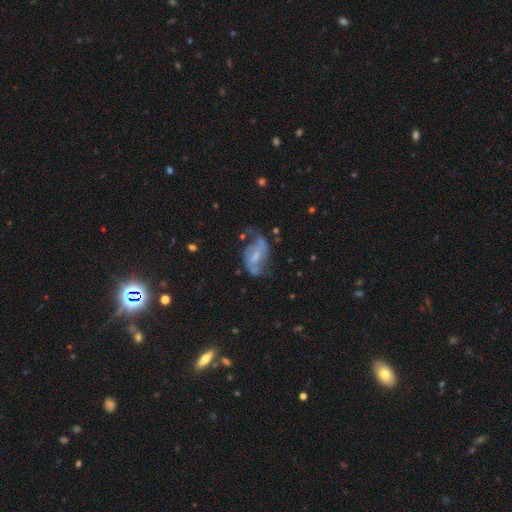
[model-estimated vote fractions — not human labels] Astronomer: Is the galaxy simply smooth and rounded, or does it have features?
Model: featured or disk — 68%.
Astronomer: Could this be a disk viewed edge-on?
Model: no — 96%.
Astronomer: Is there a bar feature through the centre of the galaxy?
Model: weak — 47% (runner-up: no, 30%).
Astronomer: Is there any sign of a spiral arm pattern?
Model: yes — 72%.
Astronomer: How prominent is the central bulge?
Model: small — 36% (runner-up: none, 31%).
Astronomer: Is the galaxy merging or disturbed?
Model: none — 37% (runner-up: major disturbance, 33%).